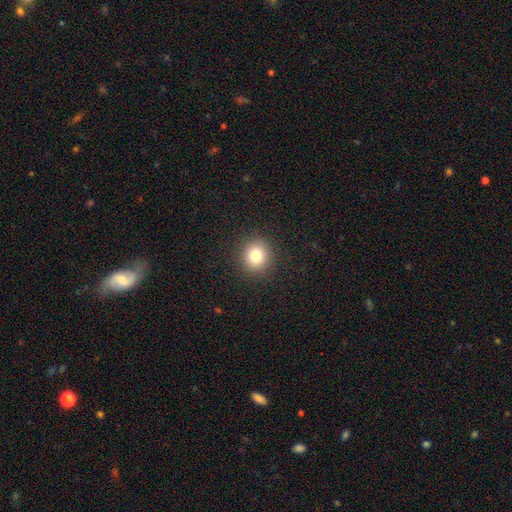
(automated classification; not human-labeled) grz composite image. It shows a smooth galaxy with no disk features (80%) that is round (88%). Merging: none (91%).